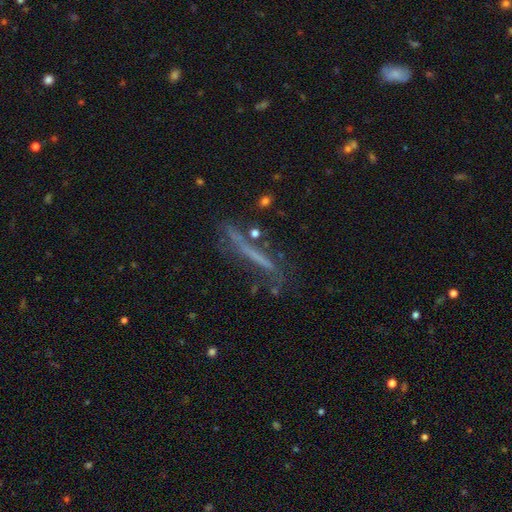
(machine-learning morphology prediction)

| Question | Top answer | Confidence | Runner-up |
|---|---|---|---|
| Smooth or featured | featured or disk | 53% | smooth (35%) |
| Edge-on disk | yes | 80% | no (20%) |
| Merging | none | 63% | minor disturbance (21%) |